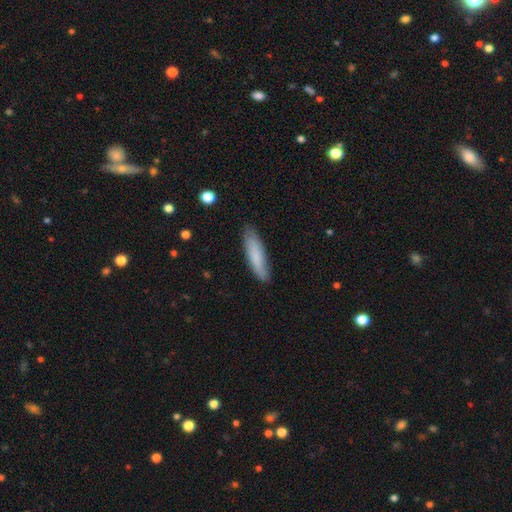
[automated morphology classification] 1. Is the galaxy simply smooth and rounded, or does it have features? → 79% smooth, 15% featured or disk, 6% star or artifact.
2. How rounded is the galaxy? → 73% cigar-shaped, 26% in between, 1% round.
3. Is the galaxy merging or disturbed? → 83% none, 13% minor disturbance, 2% major disturbance, 1% merger.